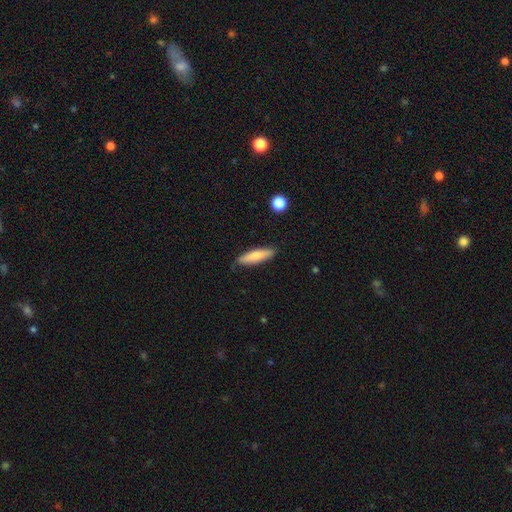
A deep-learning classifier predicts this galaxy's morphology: Smooth or featured? smooth (76%)
How rounded? cigar-shaped (71%)
Merging? none (83%)